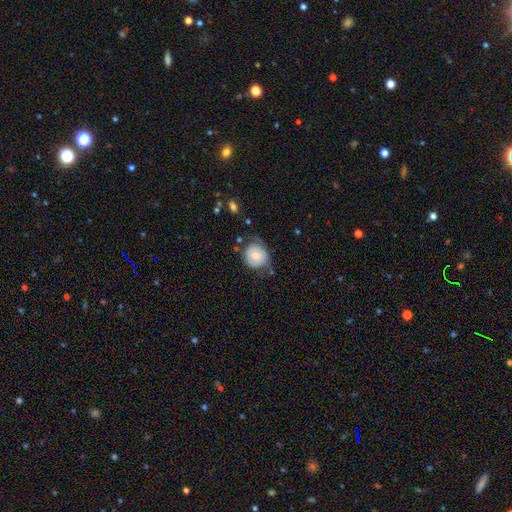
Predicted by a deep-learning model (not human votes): Q: Smooth or featured?
A: smooth (62%); runner-up: featured or disk (30%)
Q: How rounded?
A: round (82%); runner-up: in between (17%)
Q: Merging?
A: none (52%); runner-up: minor disturbance (31%)